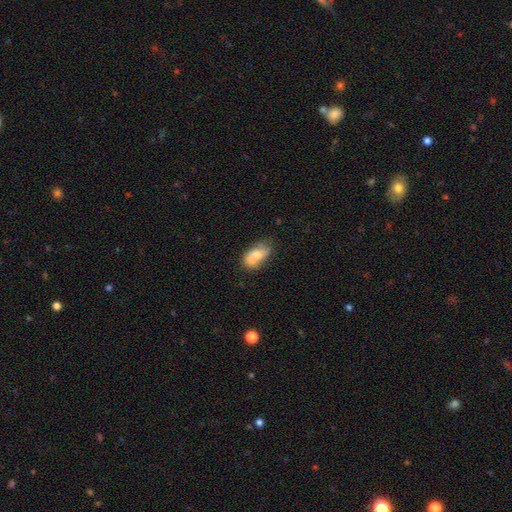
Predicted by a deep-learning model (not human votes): Smooth or featured? Predicted: smooth (p=0.54). How rounded? Predicted: in between (p=0.89). Merging? Predicted: none (p=0.46).